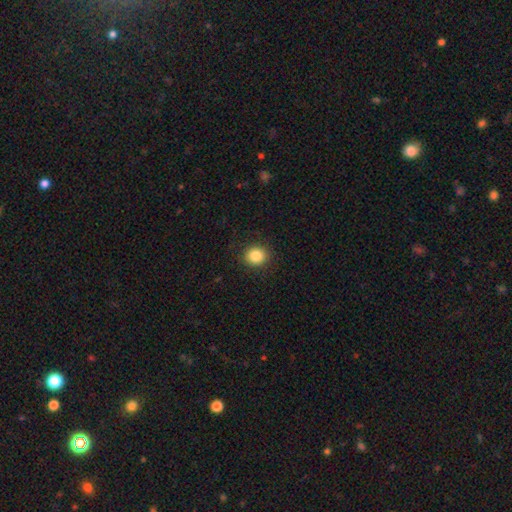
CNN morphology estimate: type=smooth (85%); roundness=round (83%); merging=none (90%).